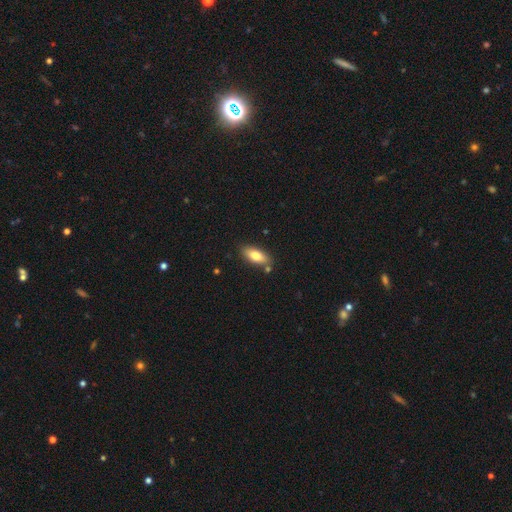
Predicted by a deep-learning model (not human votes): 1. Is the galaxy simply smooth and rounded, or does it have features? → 78% smooth, 16% featured or disk, 6% star or artifact.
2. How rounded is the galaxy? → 81% in between, 17% cigar-shaped, 2% round.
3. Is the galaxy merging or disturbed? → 80% none, 12% minor disturbance, 5% merger, 2% major disturbance.